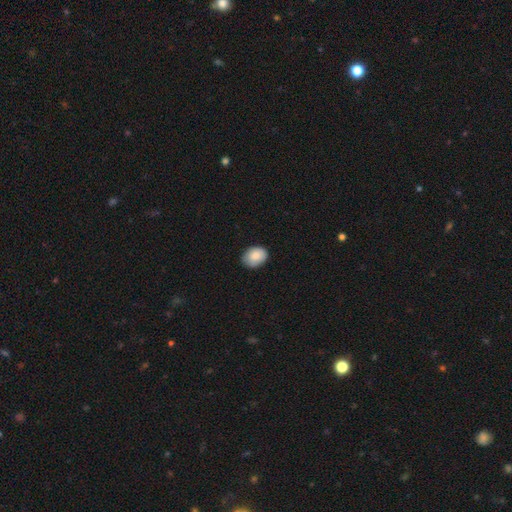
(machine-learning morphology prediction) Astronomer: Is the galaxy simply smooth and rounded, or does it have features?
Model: smooth — 86%.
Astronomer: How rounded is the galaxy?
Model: in between — 67%.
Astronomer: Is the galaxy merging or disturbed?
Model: none — 82%.